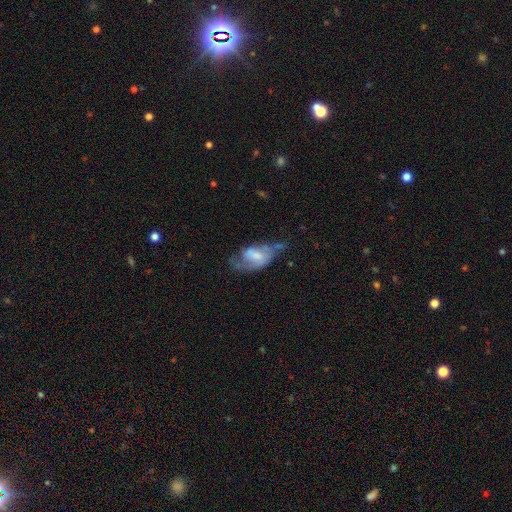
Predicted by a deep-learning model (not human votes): Smooth or featured?
  - featured or disk: 54% *
  - smooth: 39%
  - star or artifact: 7%
Edge-on disk?
  - no: 95% *
  - yes: 5%
Bar?
  - no: 54% *
  - weak: 36%
  - strong: 10%
Spiral arms?
  - yes: 63% *
  - no: 37%
Bulge size?
  - moderate: 31% *
  - small: 26%
  - none: 22%
  - large: 18%
  - dominant: 3%
Merging?
  - major disturbance: 34% *
  - minor disturbance: 30%
  - none: 29%
  - merger: 6%